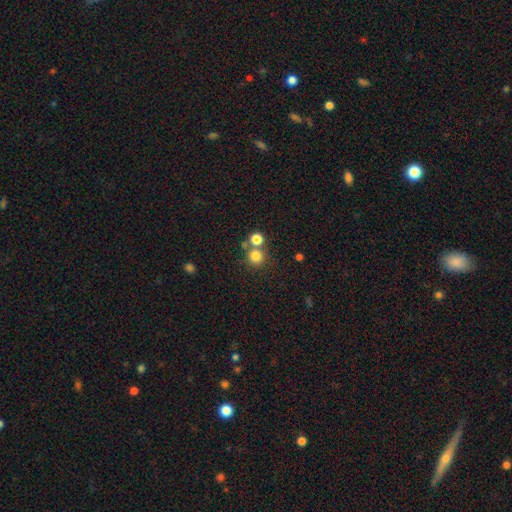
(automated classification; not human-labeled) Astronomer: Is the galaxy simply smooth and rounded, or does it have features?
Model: smooth — 79%.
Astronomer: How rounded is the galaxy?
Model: round — 93%.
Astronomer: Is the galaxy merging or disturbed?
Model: none — 66%.